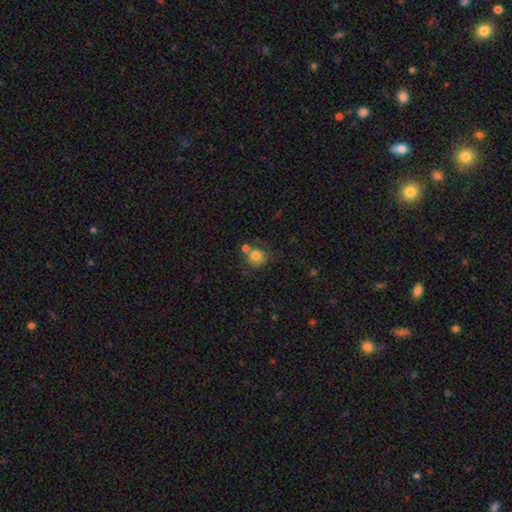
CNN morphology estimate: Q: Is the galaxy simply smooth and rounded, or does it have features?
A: smooth — 81%.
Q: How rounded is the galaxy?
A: round — 88%.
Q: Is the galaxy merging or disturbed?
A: none — 59%.